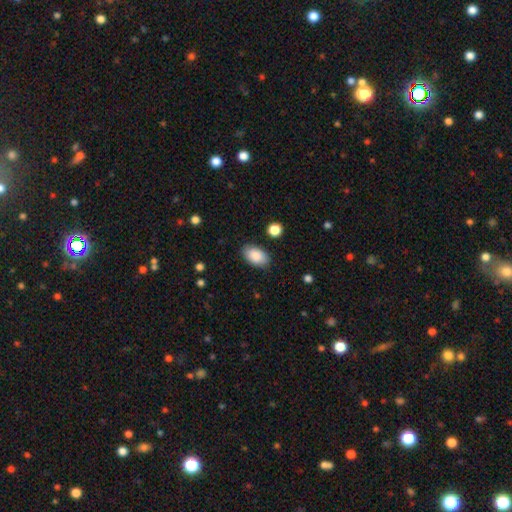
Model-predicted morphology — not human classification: A smooth galaxy with no disk features (88%) that is in between round and cigar-shaped (92%).

Vote fractions:
- Smooth or featured? smooth: 88% / star or artifact: 7% / featured or disk: 5%
- How rounded? in between: 92% / round: 7% / cigar-shaped: 1%
- Merging? none: 86% / minor disturbance: 10% / major disturbance: 3% / merger: 2%